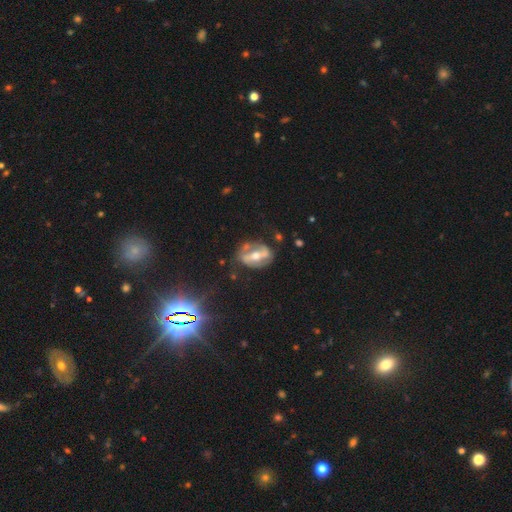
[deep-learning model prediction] featured or disk 77%, smooth 16%, star or artifact 7%. Down the decision tree: edge-on disk — no (92%); bar — strong (62%); spiral arms — yes (66%); bulge size — moderate (65%); merging — none (66%).